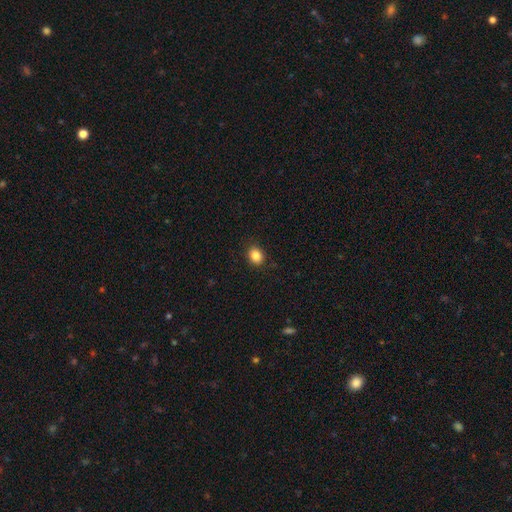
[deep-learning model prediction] Morphology: type=smooth (86%); roundness=in between (52%); merging=none (89%).